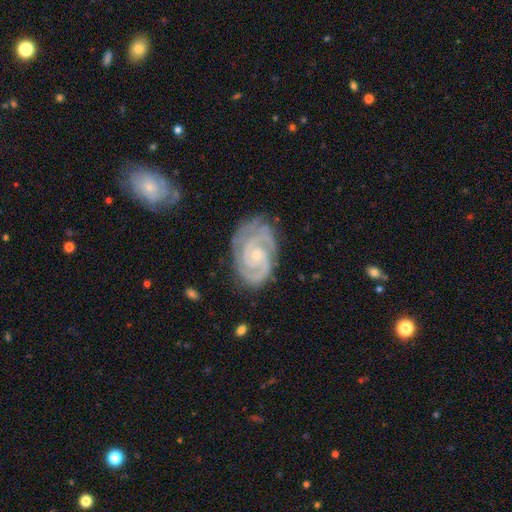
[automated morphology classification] A featured or disk galaxy (92%) with no bar (63%), 2 (74%) tight (71%) spiral arms (99%) and a small central bulge (74%).

Vote fractions:
- Smooth or featured? featured or disk: 92% / star or artifact: 4% / smooth: 3%
- Edge-on disk? no: 98% / yes: 2%
- Bar? no: 63% / weak: 29% / strong: 8%
- Spiral arms? yes: 99% / no: 1%
- Spiral winding? tight: 71% / medium: 26% / loose: 3%
- Spiral arm count? 2: 74% / 3: 13% / can't tell: 5% / 4: 3% / 1: 2% / more than 4: 2%
- Bulge size? small: 74% / moderate: 22% / none: 3% / large: 1% / dominant: 1%
- Merging? none: 75% / minor disturbance: 18% / major disturbance: 5% / merger: 2%